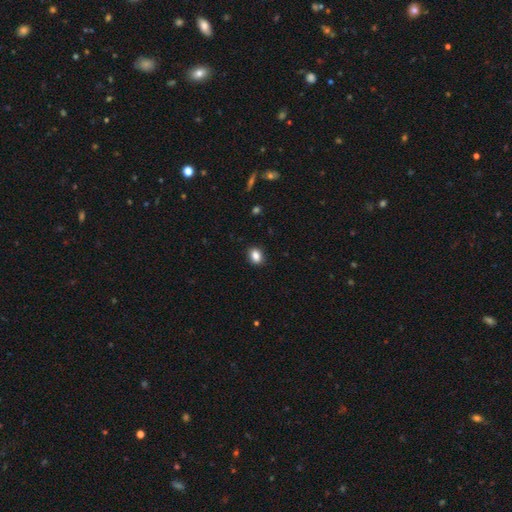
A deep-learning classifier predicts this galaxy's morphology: Smooth or featured? Predicted: smooth (p=0.85). How rounded? Predicted: in between (p=0.62). Merging? Predicted: none (p=0.89).